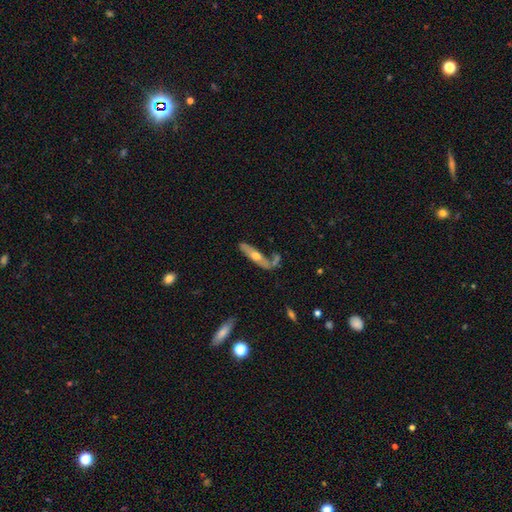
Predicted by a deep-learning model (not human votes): A featured or disk galaxy (56%) viewed edge-on (71%).

Vote fractions:
- Smooth or featured? featured or disk: 56% / smooth: 38% / star or artifact: 6%
- Edge-on disk? yes: 71% / no: 29%
- Merging? none: 55% / minor disturbance: 20% / merger: 14% / major disturbance: 10%